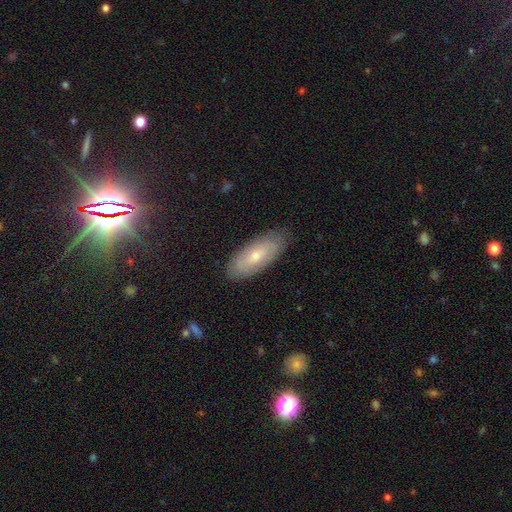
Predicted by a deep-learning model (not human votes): The model was most divided on "smooth or featured": smooth: 60%, featured or disk: 34%, star or artifact: 7%. More confident: how rounded — in between (83%); merging — none (83%).